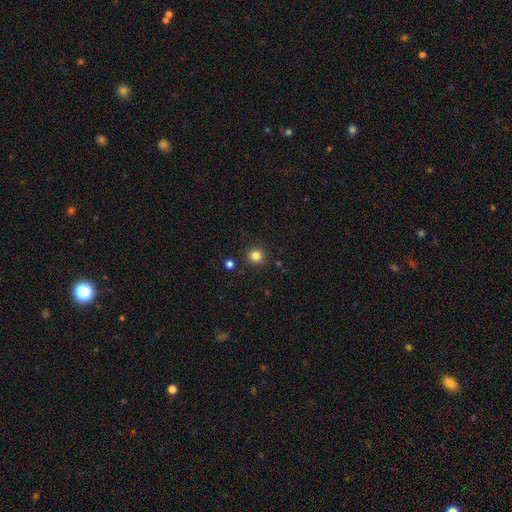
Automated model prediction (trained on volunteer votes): Smooth or featured? smooth (82%)
How rounded? round (92%)
Merging? none (90%)